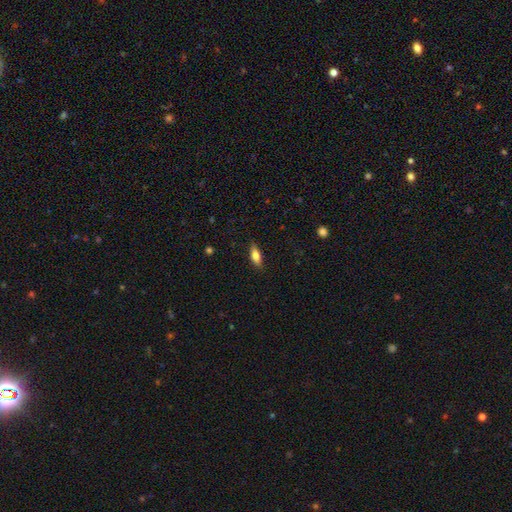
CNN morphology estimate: A smooth galaxy with no disk features (66%) that is in between round and cigar-shaped (67%).

Vote fractions:
- Smooth or featured? smooth: 66% / featured or disk: 27% / star or artifact: 7%
- How rounded? in between: 67% / cigar-shaped: 29% / round: 3%
- Merging? none: 85% / minor disturbance: 11% / major disturbance: 2% / merger: 1%